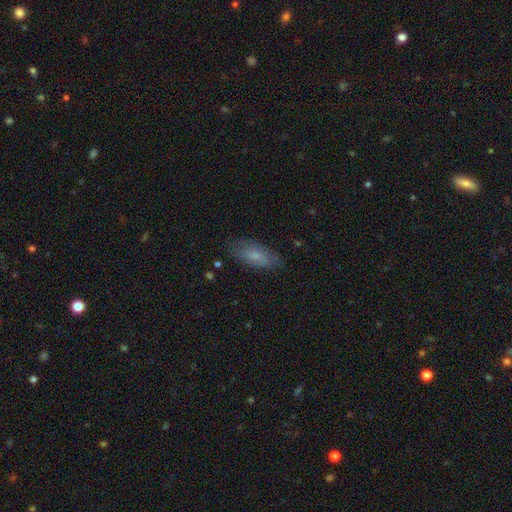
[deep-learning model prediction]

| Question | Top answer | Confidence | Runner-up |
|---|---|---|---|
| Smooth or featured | smooth | 64% | featured or disk (28%) |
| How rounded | in between | 80% | cigar-shaped (17%) |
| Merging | none | 76% | minor disturbance (18%) |